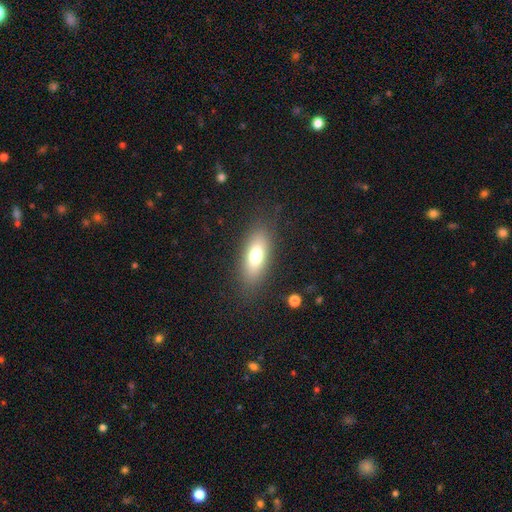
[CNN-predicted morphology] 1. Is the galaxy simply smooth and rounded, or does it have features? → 72% smooth, 19% featured or disk, 9% star or artifact.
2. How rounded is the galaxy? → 74% in between, 21% cigar-shaped, 4% round.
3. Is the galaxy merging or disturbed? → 82% none, 11% minor disturbance, 5% major disturbance, 1% merger.